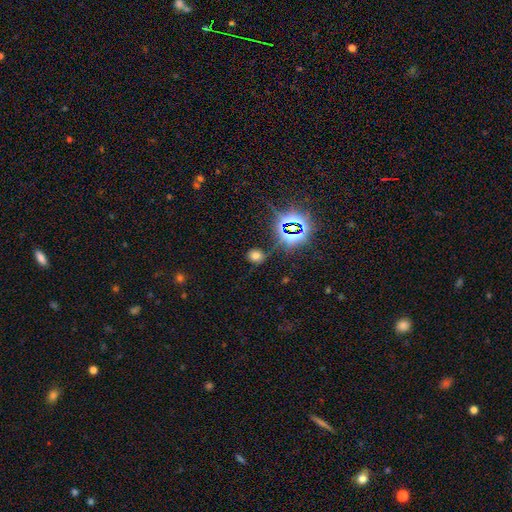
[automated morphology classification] Smooth or featured?
  - smooth: 59% *
  - star or artifact: 34%
  - featured or disk: 7%
How rounded?
  - round: 67% *
  - in between: 32%
  - cigar-shaped: 1%
Merging?
  - none: 76% *
  - minor disturbance: 15%
  - major disturbance: 6%
  - merger: 3%